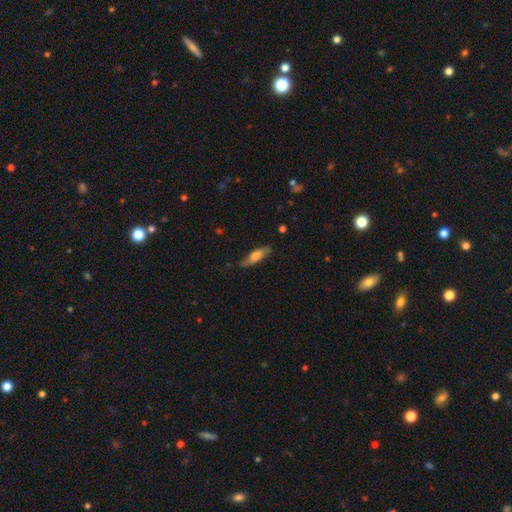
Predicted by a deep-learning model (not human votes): smooth-or-featured: smooth: 58% | featured or disk: 36% | star or artifact: 6%
  how-rounded: cigar-shaped: 55% | in between: 42% | round: 2%
  merging: none: 74% | minor disturbance: 20% | major disturbance: 4% | merger: 1%